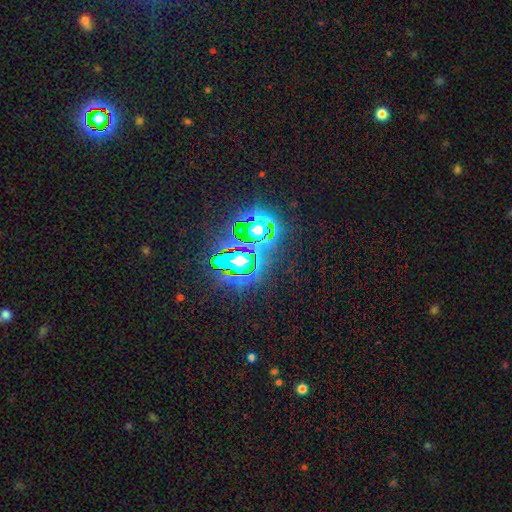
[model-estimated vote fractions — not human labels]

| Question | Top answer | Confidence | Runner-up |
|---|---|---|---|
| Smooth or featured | star or artifact | 83% | smooth (10%) |